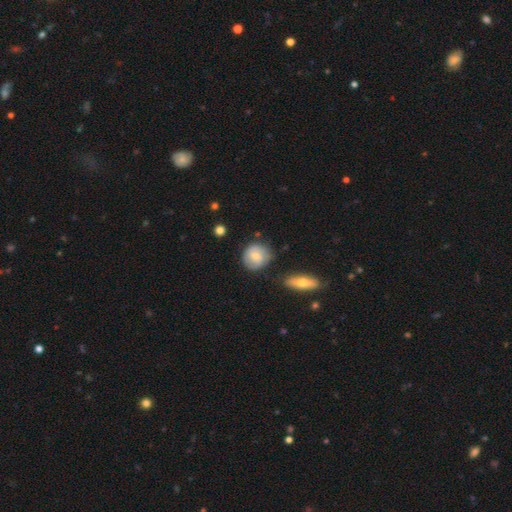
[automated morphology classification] Smooth or featured?
  - smooth: 55% *
  - featured or disk: 38%
  - star or artifact: 7%
How rounded?
  - round: 83% *
  - in between: 16%
  - cigar-shaped: 1%
Merging?
  - none: 72% *
  - minor disturbance: 19%
  - major disturbance: 5%
  - merger: 5%